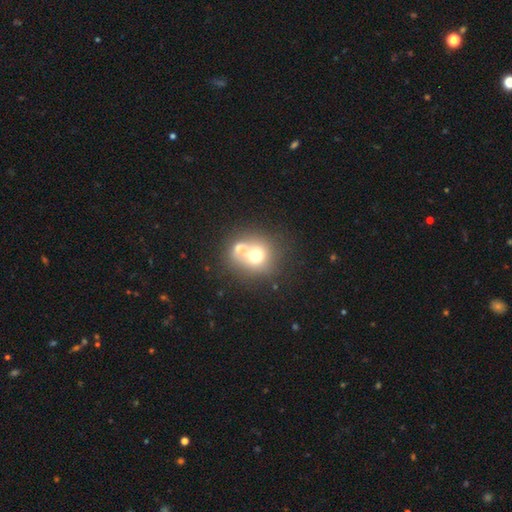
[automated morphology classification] Smooth or featured?
  - smooth: 61% *
  - featured or disk: 27%
  - star or artifact: 12%
How rounded?
  - round: 72% *
  - in between: 27%
  - cigar-shaped: 1%
Merging?
  - merger: 43% *
  - none: 34%
  - minor disturbance: 14%
  - major disturbance: 10%